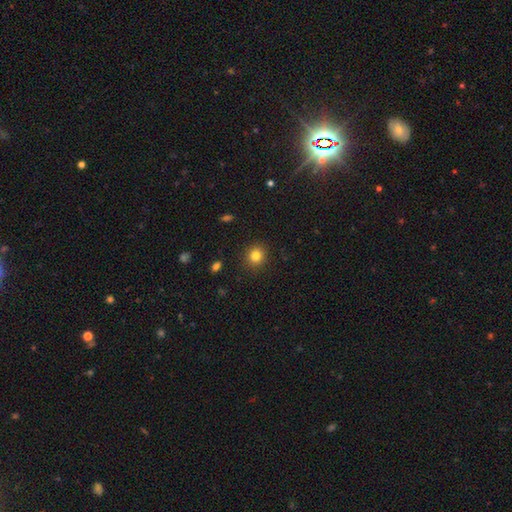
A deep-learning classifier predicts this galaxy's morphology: type=smooth (82%); roundness=round (87%); merging=none (91%).